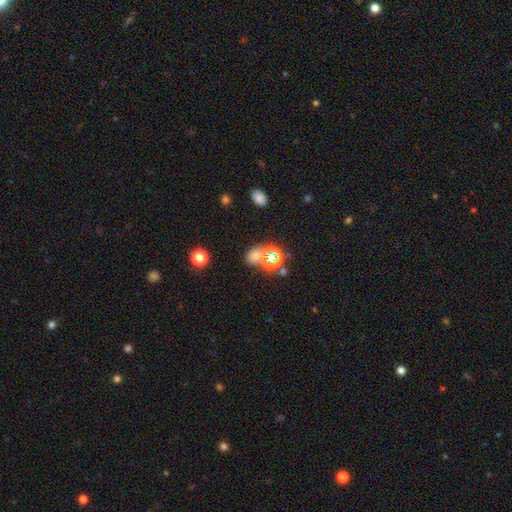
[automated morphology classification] This appears to be a smooth galaxy with no disk features (55%) that is round (54%). Merging: none (55%).